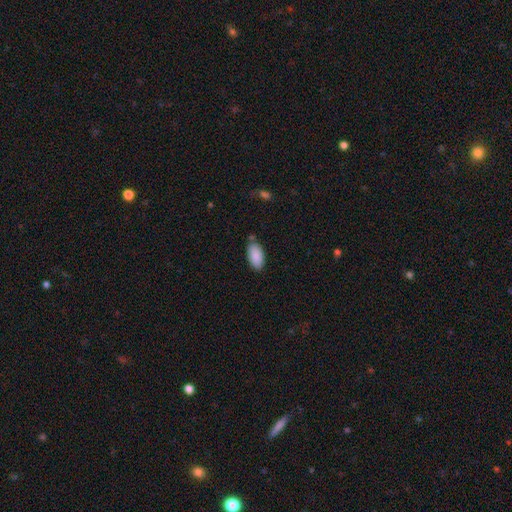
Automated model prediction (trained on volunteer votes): smooth_or_featured: smooth (p=0.89) [alt: star or artifact p=0.06]
how_rounded: in between (p=0.94) [alt: cigar-shaped p=0.03]
merging: none (p=0.76) [alt: minor disturbance p=0.16]